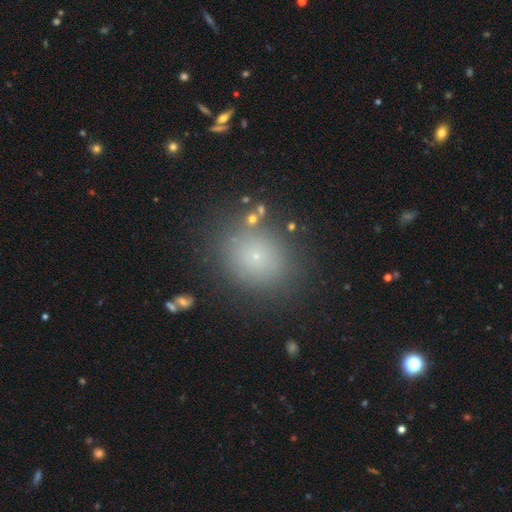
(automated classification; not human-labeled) smooth 69%, star or artifact 20%, featured or disk 11%. Down the decision tree: how rounded — round (69%); merging — none (85%).